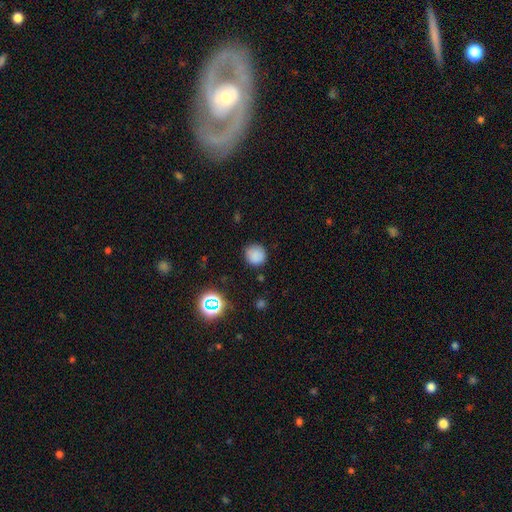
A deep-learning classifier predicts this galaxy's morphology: type=smooth (81%); roundness=round (93%); merging=none (86%).